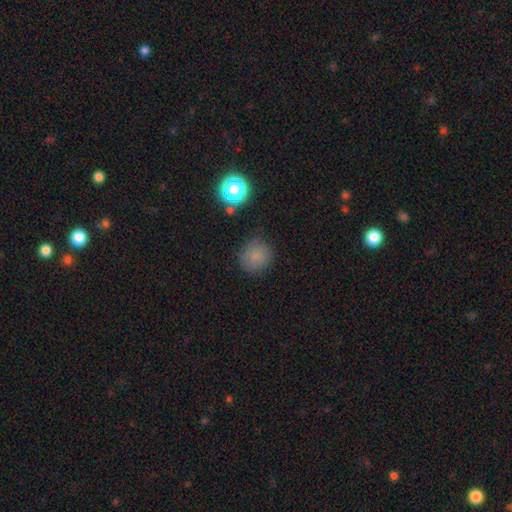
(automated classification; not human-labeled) Overall: smooth (80%). How rounded: round (88%). Merging: none (80%).